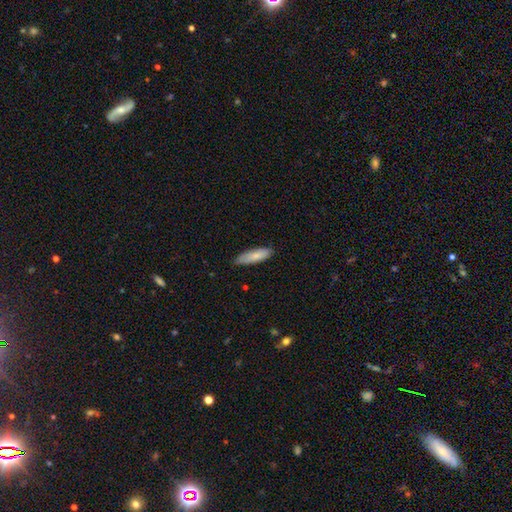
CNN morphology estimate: Smooth or featured? smooth (82%)
How rounded? cigar-shaped (51%)
Merging? none (76%)